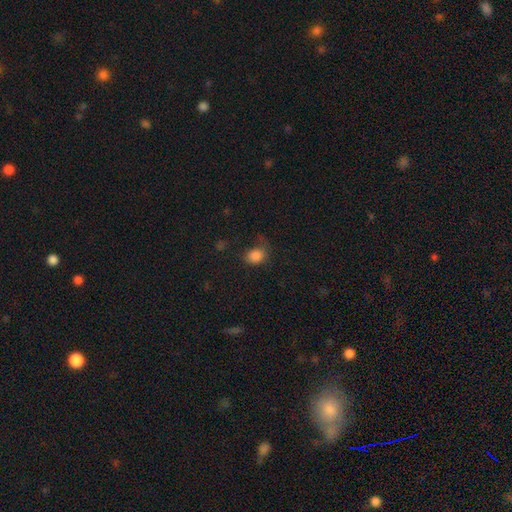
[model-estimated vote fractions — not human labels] This is clearly a smooth galaxy (84%). How rounded: possibly in between (51%). Merging: possibly none (55%).